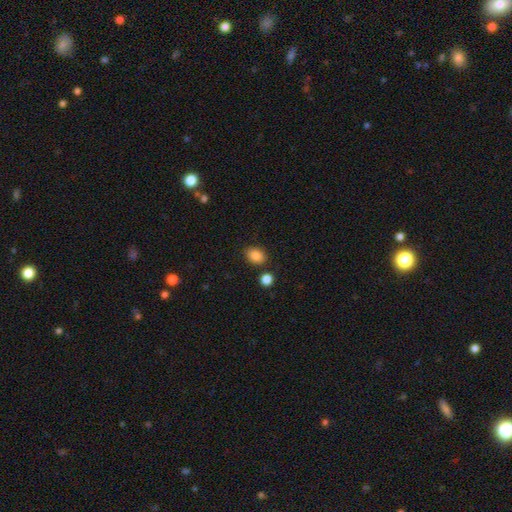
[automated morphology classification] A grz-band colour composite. It shows a smooth galaxy with no disk features (87%) that is in between round and cigar-shaped (67%). Merging: none (82%).